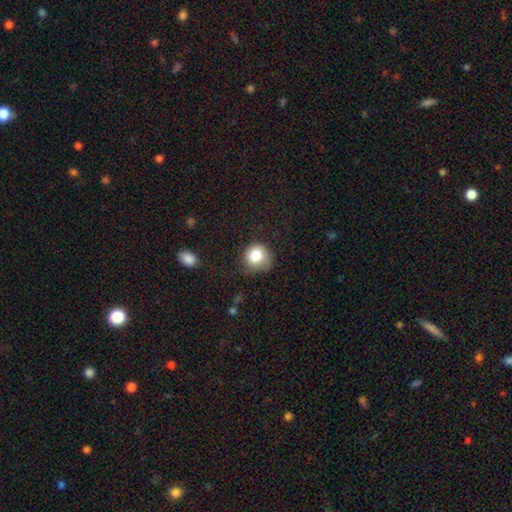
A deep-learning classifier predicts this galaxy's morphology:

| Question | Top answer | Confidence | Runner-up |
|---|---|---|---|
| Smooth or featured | smooth | 81% | featured or disk (10%) |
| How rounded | round | 85% | in between (14%) |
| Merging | none | 54% | minor disturbance (31%) |